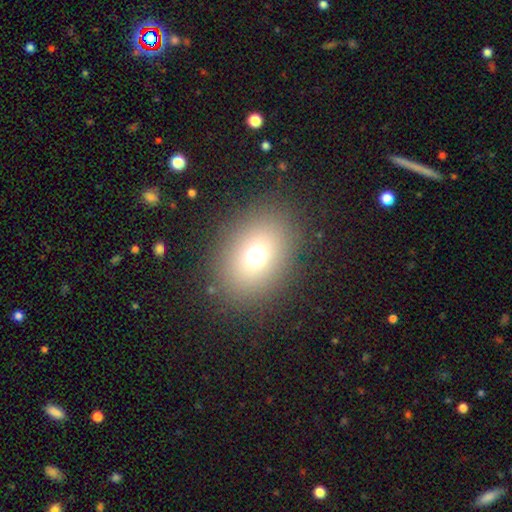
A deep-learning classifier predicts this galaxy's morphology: Overall: smooth (69%). How rounded: in between (56%; round 43%). Merging: none (86%).